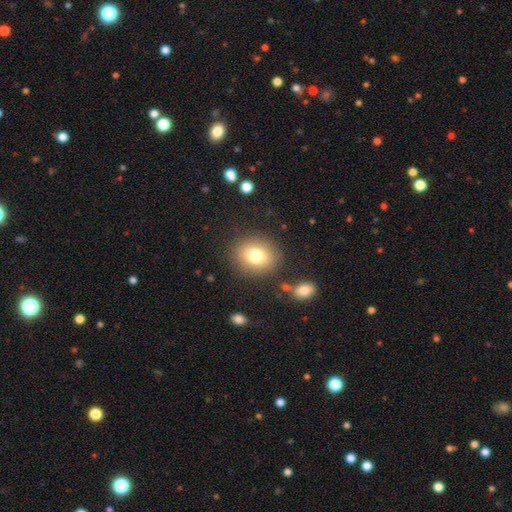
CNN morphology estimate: Smooth or featured? smooth (77%)
How rounded? round (71%)
Merging? none (84%)